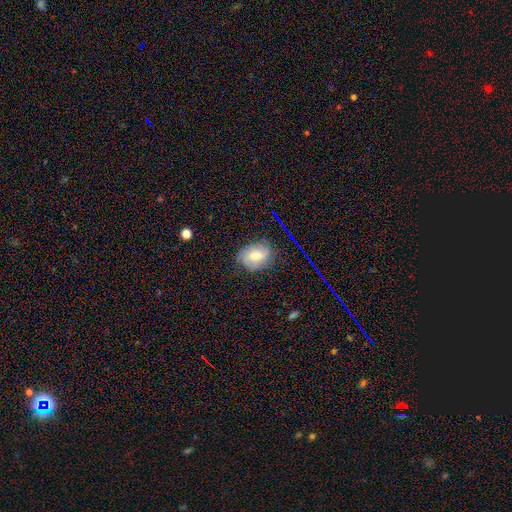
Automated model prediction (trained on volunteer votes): smooth-or-featured: featured or disk: 48% | smooth: 40% | star or artifact: 11%
  merging: none: 71% | minor disturbance: 21% | major disturbance: 6% | merger: 1%